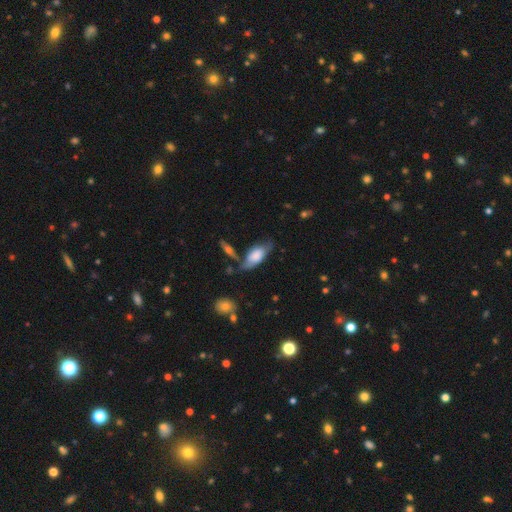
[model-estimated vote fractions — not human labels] Smooth or featured: smooth — 61% (featured or disk — 32%)
How rounded: in between — 83% (cigar-shaped — 14%)
Merging: none — 50% (minor disturbance — 28%)